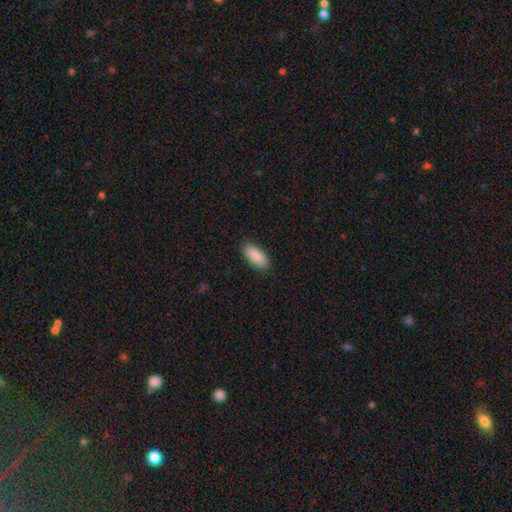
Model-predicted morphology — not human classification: Overall: smooth (89%). How rounded: in between (85%). Merging: none (88%).